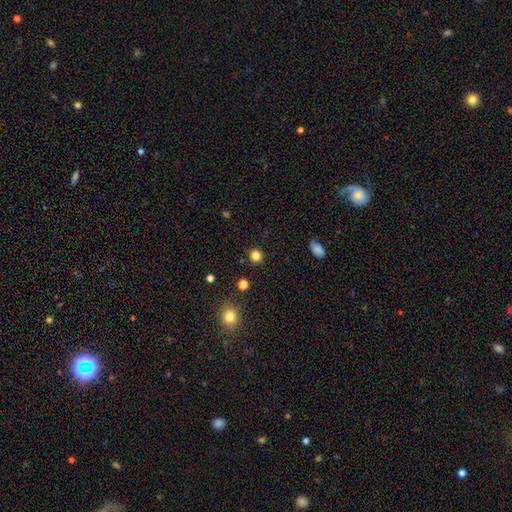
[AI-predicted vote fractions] The model was most divided on "smooth or featured": smooth: 81%, star or artifact: 14%, featured or disk: 4%. More confident: how rounded — round (91%); merging — none (91%).